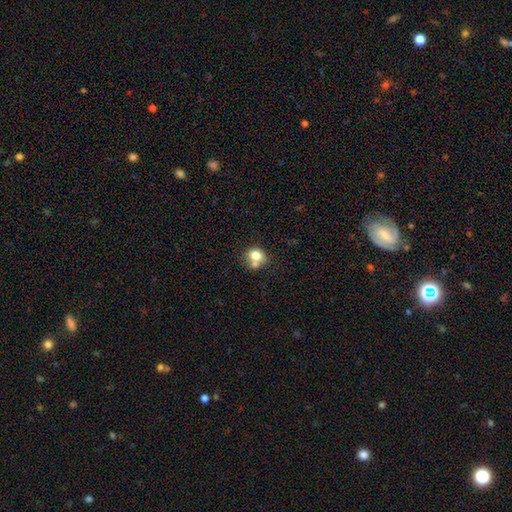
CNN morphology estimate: This appears to be a smooth galaxy with no disk features (75%) that is round (66%). Merging: none (47%).